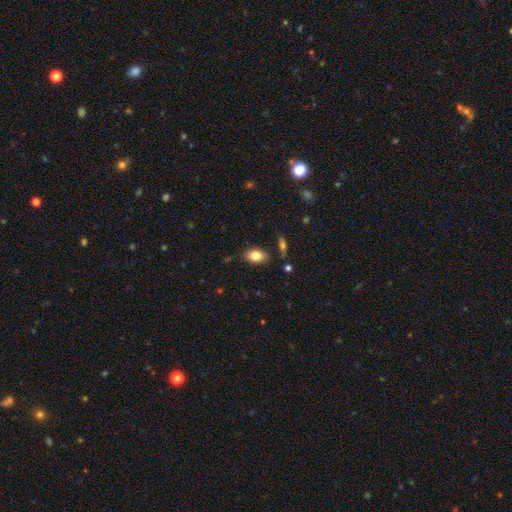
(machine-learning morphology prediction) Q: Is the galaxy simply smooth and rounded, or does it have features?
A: smooth — 81%.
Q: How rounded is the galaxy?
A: in between — 84%.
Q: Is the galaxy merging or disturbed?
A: none — 82%.